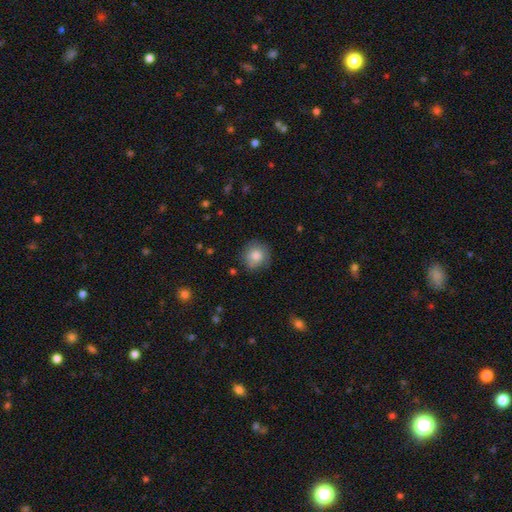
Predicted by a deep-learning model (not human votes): Overall: smooth (80%). How rounded: round (89%). Merging: none (79%).